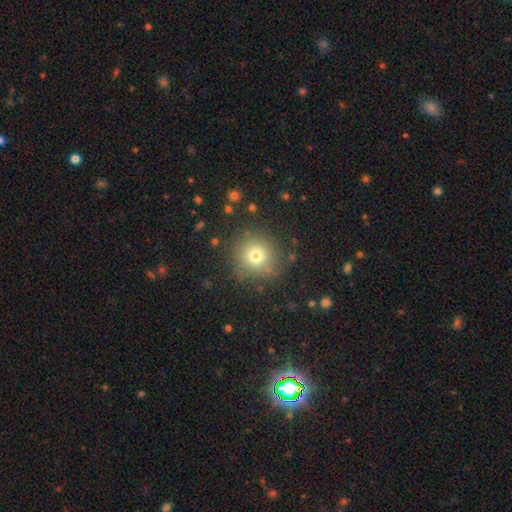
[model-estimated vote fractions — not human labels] Q: Smooth or featured?
A: smooth (75%); runner-up: star or artifact (15%)
Q: How rounded?
A: round (94%); runner-up: in between (5%)
Q: Merging?
A: none (83%); runner-up: minor disturbance (10%)